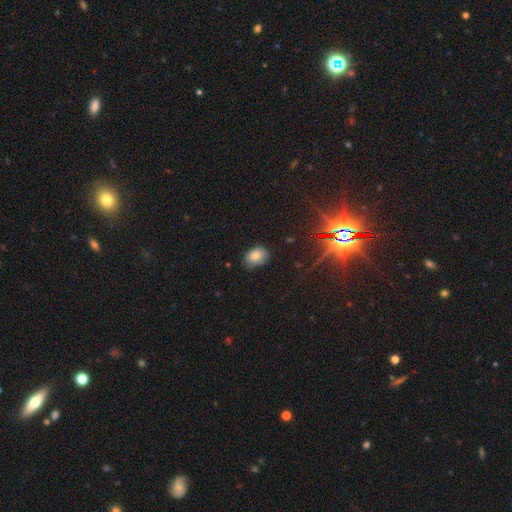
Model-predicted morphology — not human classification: This appears to be a smooth galaxy with no disk features (79%) that is in between round and cigar-shaped (75%). Merging: none (69%).